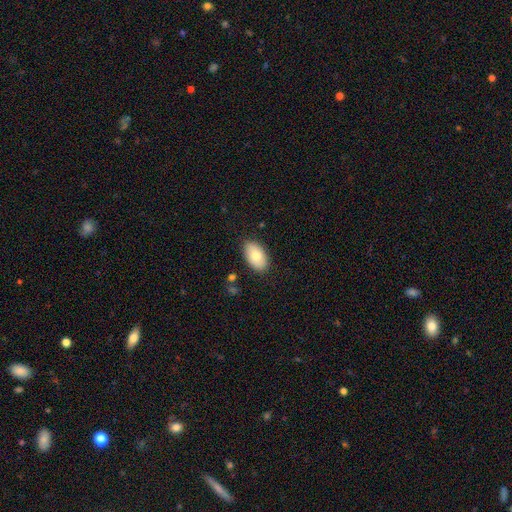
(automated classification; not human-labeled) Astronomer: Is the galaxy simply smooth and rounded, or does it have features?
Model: smooth — 79%.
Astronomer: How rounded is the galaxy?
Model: in between — 93%.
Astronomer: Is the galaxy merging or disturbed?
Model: none — 85%.